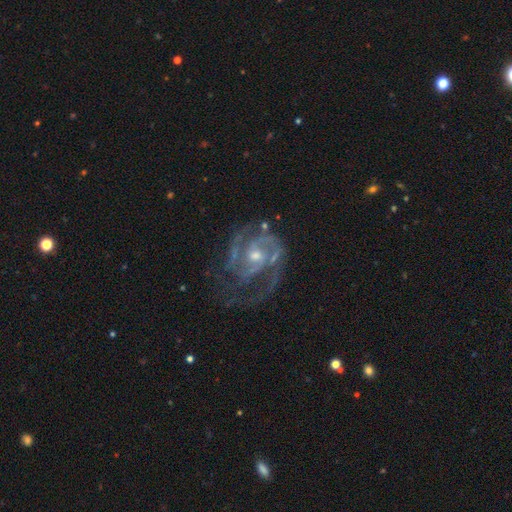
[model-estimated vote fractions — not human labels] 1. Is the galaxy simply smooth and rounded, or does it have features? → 90% featured or disk, 5% star or artifact, 4% smooth.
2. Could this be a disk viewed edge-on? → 98% no, 2% yes.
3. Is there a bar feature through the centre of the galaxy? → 52% no, 39% weak, 9% strong.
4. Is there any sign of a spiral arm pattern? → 96% yes, 4% no.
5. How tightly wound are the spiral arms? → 47% medium, 43% tight, 10% loose.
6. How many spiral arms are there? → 56% 2, 17% 3, 13% can't tell, 6% 1, 4% 4, 4% more than 4.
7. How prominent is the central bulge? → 50% moderate, 45% small, 2% large, 2% none, 1% dominant.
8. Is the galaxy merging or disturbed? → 57% none, 20% major disturbance, 20% minor disturbance, 3% merger.